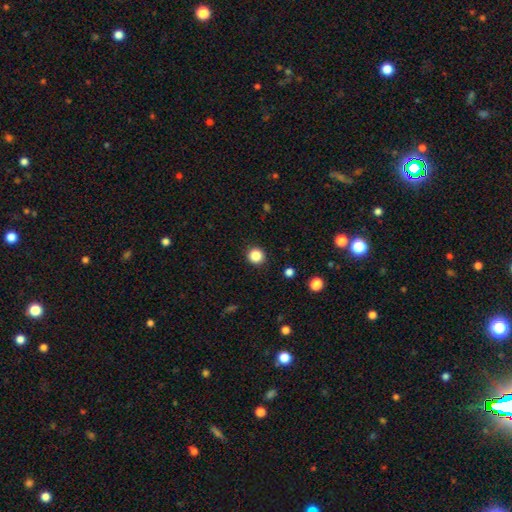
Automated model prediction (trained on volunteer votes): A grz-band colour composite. It shows a smooth galaxy with no disk features (85%) that is round (93%). Merging: none (92%).